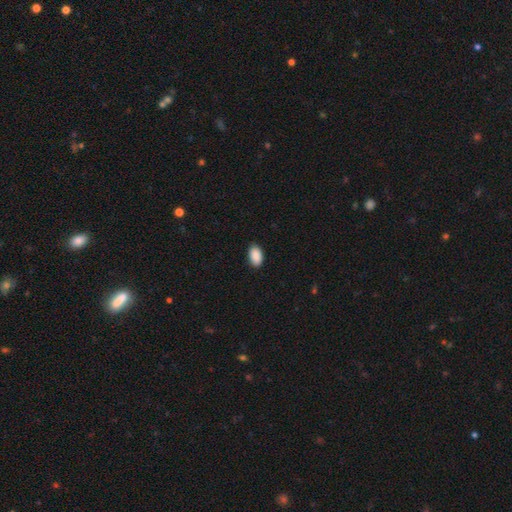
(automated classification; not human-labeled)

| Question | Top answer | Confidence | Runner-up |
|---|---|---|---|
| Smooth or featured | smooth | 91% | star or artifact (7%) |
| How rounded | in between | 93% | round (5%) |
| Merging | none | 89% | minor disturbance (8%) |